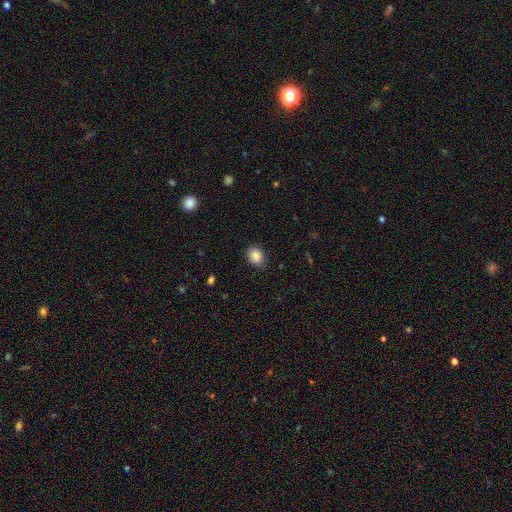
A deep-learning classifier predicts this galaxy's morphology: Smooth or featured? smooth (86%)
How rounded? in between (53%)
Merging? none (85%)